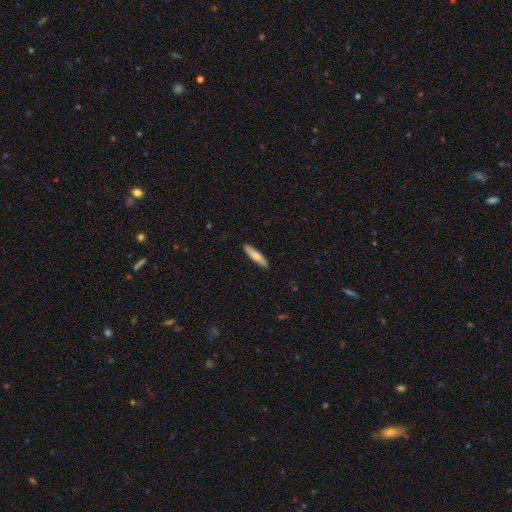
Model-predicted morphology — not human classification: smooth 75%, featured or disk 20%, star or artifact 5%. Down the decision tree: how rounded — cigar-shaped (85%); merging — none (90%).